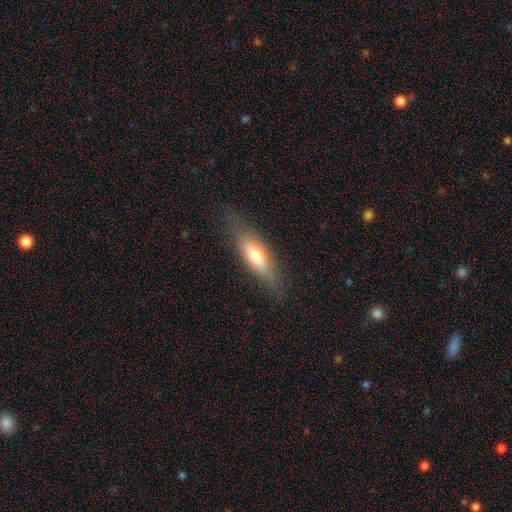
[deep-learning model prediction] Overall: smooth (60%; featured or disk 33%). How rounded: cigar-shaped (54%; in between 44%). Merging: none (76%).